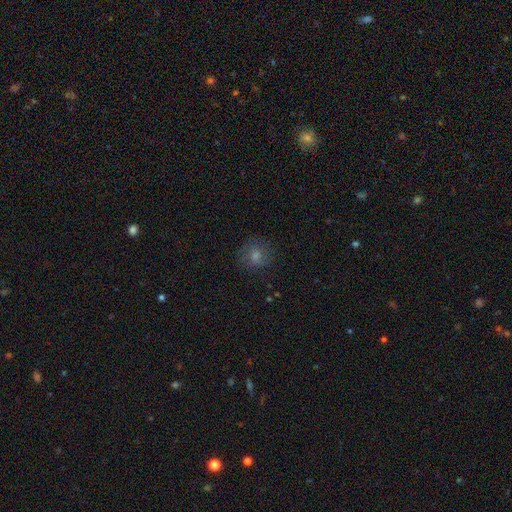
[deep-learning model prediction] Smooth or featured? Predicted: smooth (p=0.60). How rounded? Predicted: round (p=0.86). Merging? Predicted: none (p=0.83).